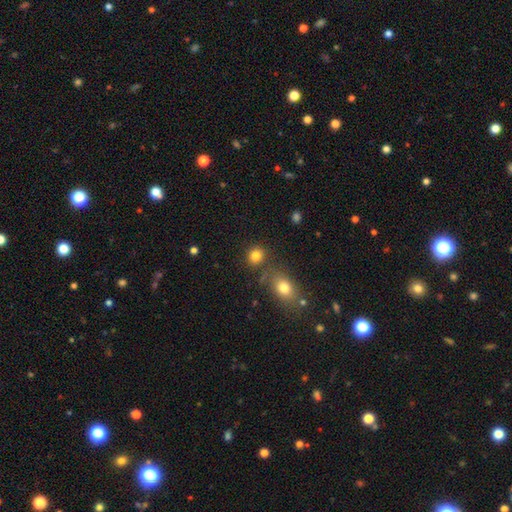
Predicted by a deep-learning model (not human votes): Smooth or featured? smooth (83%)
How rounded? round (77%)
Merging? none (77%)